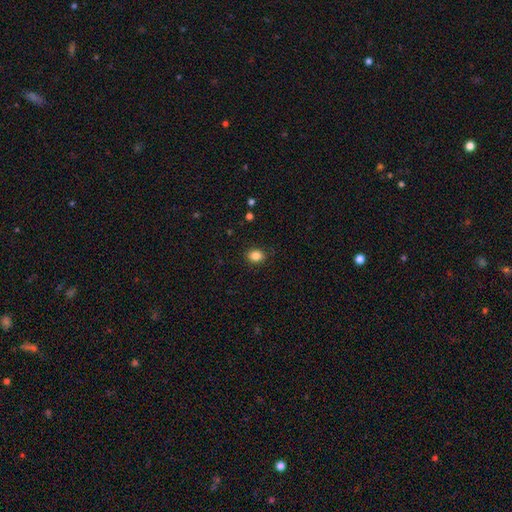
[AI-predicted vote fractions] Q: Smooth or featured?
A: smooth (85%); runner-up: star or artifact (10%)
Q: How rounded?
A: round (51%); runner-up: in between (49%)
Q: Merging?
A: none (87%); runner-up: minor disturbance (9%)